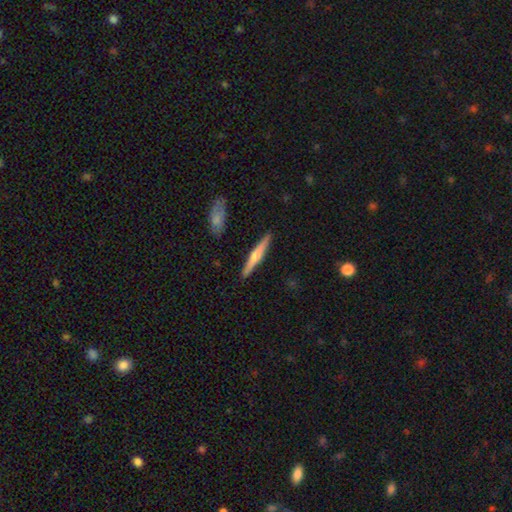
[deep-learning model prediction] Morphology: type=smooth (47%, tied with featured or disk); merging=none (90%).